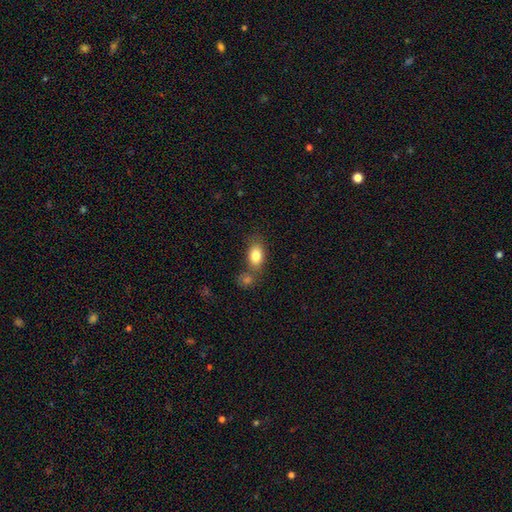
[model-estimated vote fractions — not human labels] Smooth or featured?
  - smooth: 83% *
  - featured or disk: 9%
  - star or artifact: 8%
How rounded?
  - in between: 84% *
  - round: 13%
  - cigar-shaped: 2%
Merging?
  - none: 59% *
  - merger: 23%
  - minor disturbance: 14%
  - major disturbance: 4%